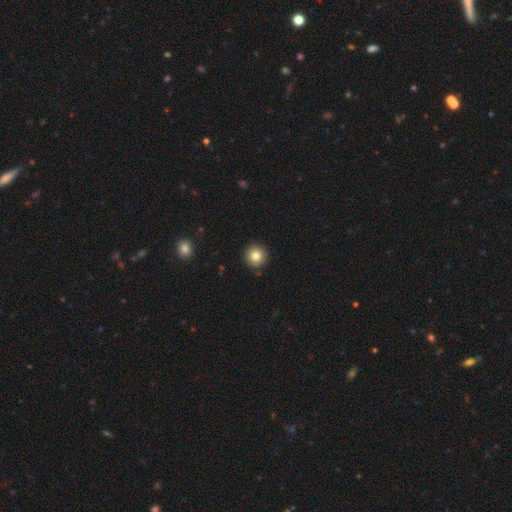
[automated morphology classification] The model was most divided on "smooth or featured": smooth: 81%, star or artifact: 10%, featured or disk: 9%. More confident: how rounded — round (95%); merging — none (91%).